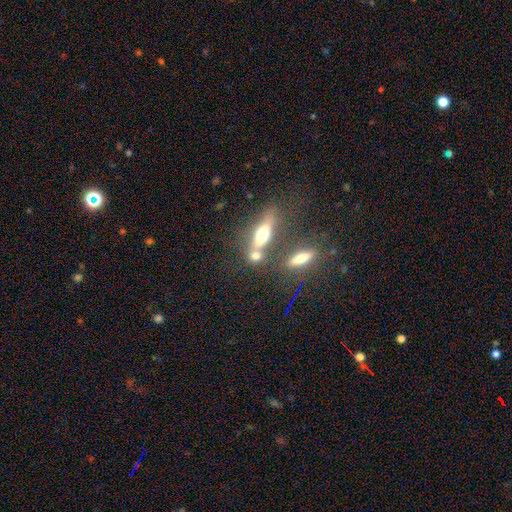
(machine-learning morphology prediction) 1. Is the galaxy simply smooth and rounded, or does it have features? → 59% smooth, 28% featured or disk, 13% star or artifact.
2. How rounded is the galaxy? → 45% in between, 32% cigar-shaped, 23% round.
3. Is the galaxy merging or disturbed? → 46% none, 39% merger, 10% minor disturbance, 5% major disturbance.